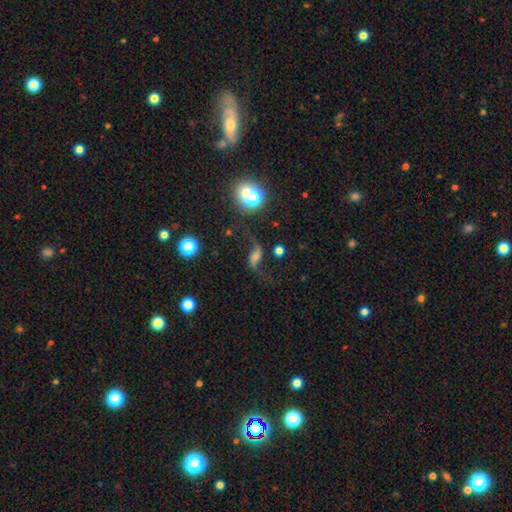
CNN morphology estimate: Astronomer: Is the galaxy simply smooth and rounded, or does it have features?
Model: featured or disk — 79%.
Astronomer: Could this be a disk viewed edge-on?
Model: no — 94%.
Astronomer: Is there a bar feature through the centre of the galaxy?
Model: no — 40% (runner-up: weak, 37%).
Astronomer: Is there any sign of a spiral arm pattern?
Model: yes — 95%.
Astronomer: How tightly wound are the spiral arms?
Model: loose — 94%.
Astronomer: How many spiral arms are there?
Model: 2 — 93%.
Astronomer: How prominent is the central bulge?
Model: moderate — 34% (runner-up: small, 33%).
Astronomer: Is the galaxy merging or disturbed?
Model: none — 71%.